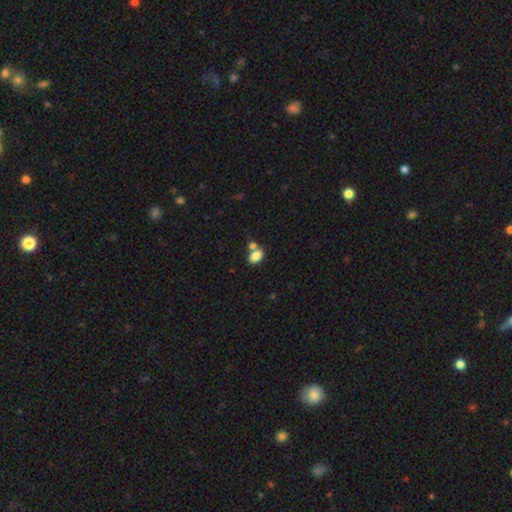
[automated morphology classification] Smooth or featured? smooth (83%)
How rounded? in between (86%)
Merging? none (48%)